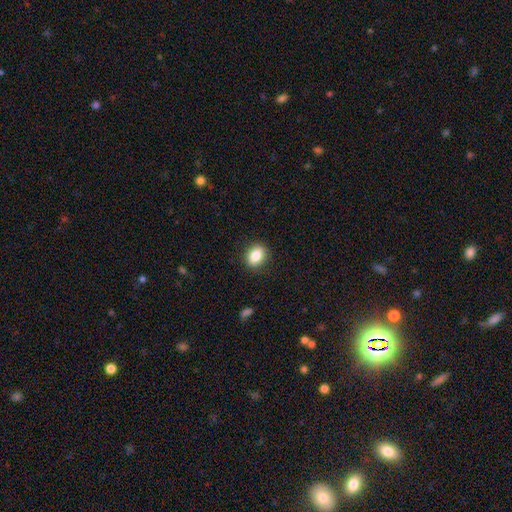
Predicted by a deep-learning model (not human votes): This is clearly a smooth galaxy (85%). How rounded: likely in between (67%). Merging: clearly none (87%).